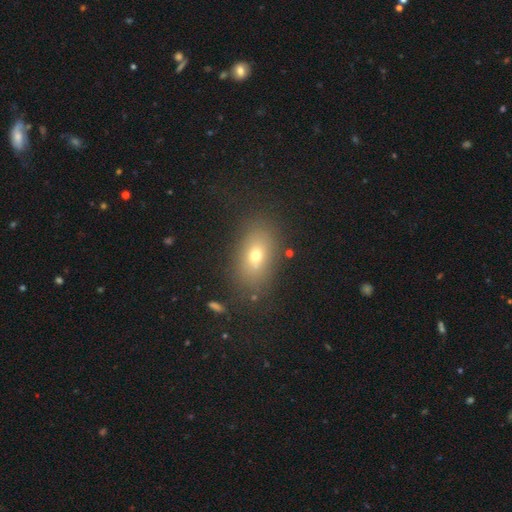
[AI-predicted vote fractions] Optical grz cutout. It shows a smooth galaxy with no disk features (67%) that is in between round and cigar-shaped (79%). Merging: none (80%).